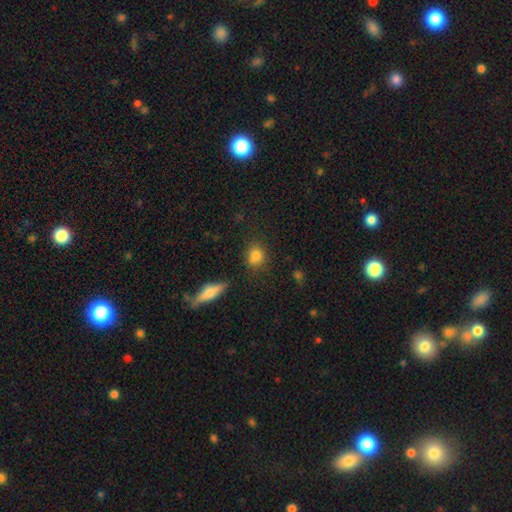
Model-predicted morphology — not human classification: type=smooth (80%); roundness=round (57%); merging=none (73%).